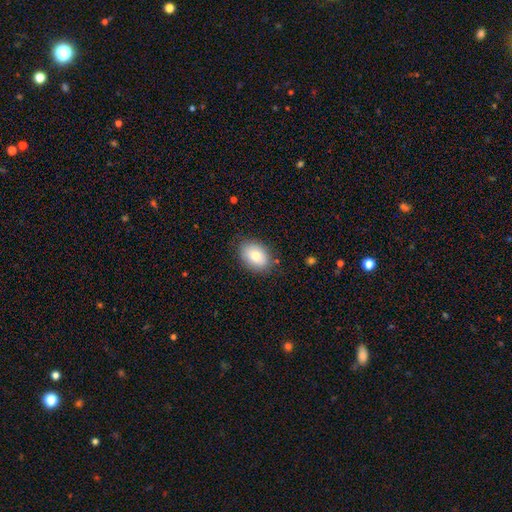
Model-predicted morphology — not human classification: Smooth or featured? smooth (79%)
How rounded? in between (76%)
Merging? none (83%)